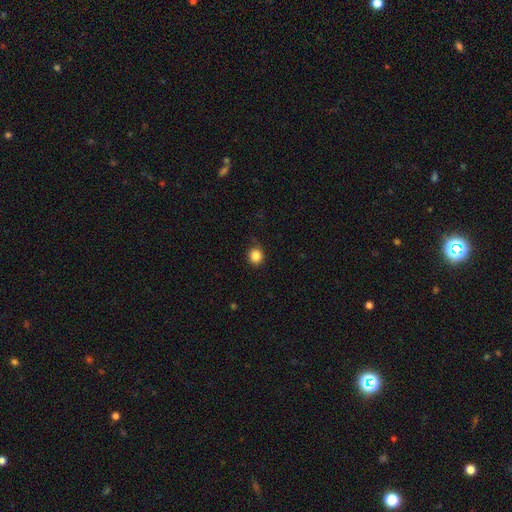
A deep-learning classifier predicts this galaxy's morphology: smooth 85%, star or artifact 11%, featured or disk 3%. Down the decision tree: how rounded — round (91%); merging — none (84%).